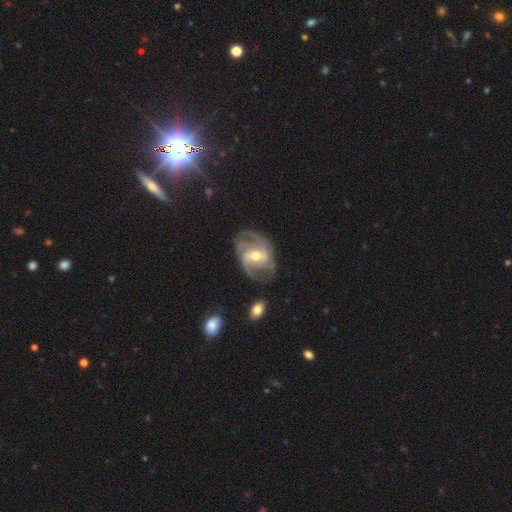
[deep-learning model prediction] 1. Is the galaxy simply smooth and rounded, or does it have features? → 89% featured or disk, 6% smooth, 5% star or artifact.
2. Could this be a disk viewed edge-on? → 97% no, 3% yes.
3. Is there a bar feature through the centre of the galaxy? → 46% weak, 29% no, 25% strong.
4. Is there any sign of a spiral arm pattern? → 96% yes, 4% no.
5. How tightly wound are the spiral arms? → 49% medium, 34% tight, 17% loose.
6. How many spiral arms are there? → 36% 3, 34% 2, 13% can't tell, 9% 4, 5% 1, 4% more than 4.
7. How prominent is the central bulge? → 70% moderate, 24% small, 4% large, 1% none, 1% dominant.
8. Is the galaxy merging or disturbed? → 69% none, 19% minor disturbance, 10% major disturbance, 2% merger.